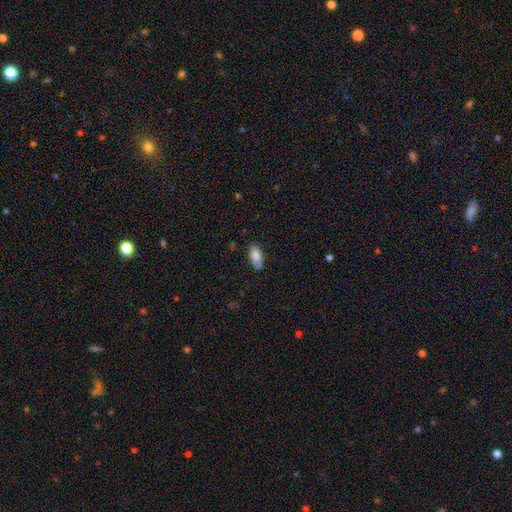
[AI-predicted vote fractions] Smooth or featured? Predicted: smooth (p=0.85). How rounded? Predicted: in between (p=0.88). Merging? Predicted: none (p=0.75).